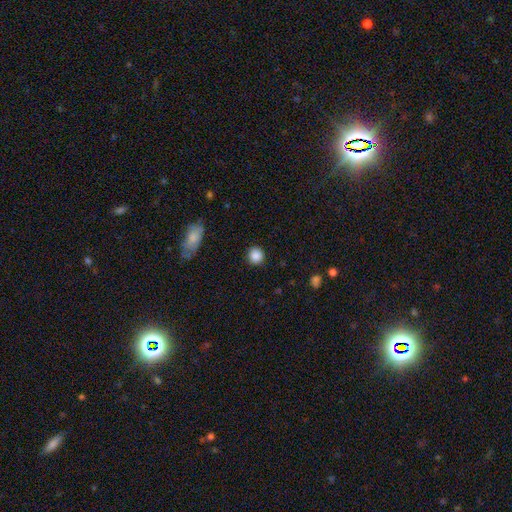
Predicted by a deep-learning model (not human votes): Q: Smooth or featured?
A: smooth (88%); runner-up: star or artifact (9%)
Q: How rounded?
A: round (90%); runner-up: in between (9%)
Q: Merging?
A: none (90%); runner-up: minor disturbance (7%)